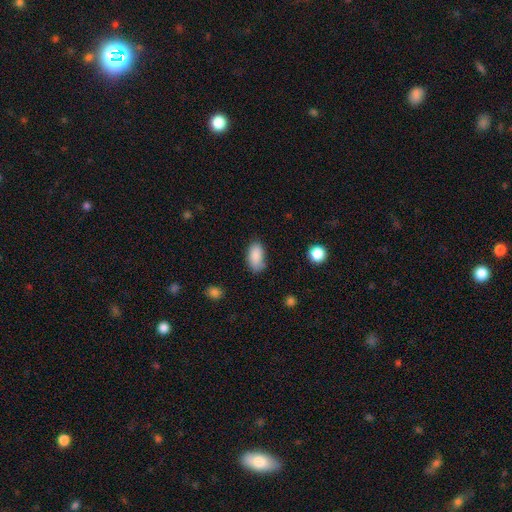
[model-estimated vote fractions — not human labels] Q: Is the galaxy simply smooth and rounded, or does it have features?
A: smooth — 87%.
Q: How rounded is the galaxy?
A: in between — 93%.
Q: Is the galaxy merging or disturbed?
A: none — 71%.